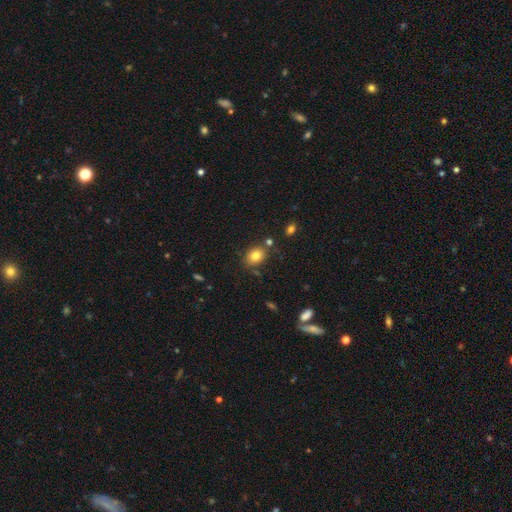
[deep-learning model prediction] smooth 80%, star or artifact 10%, featured or disk 9%. Down the decision tree: how rounded — in between (64%); merging — none (77%).